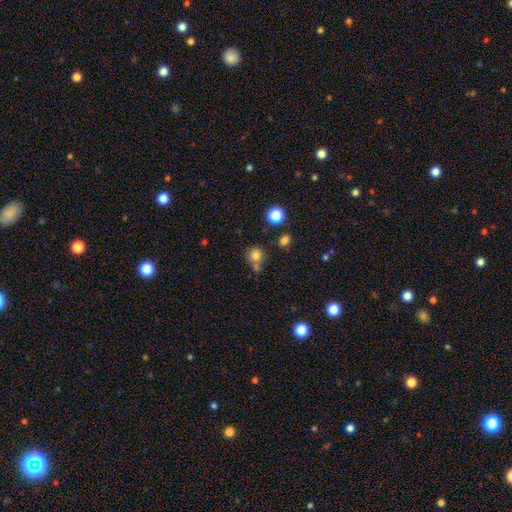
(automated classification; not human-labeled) Morphology: type=smooth (78%); roundness=round (80%); merging=none (56%).